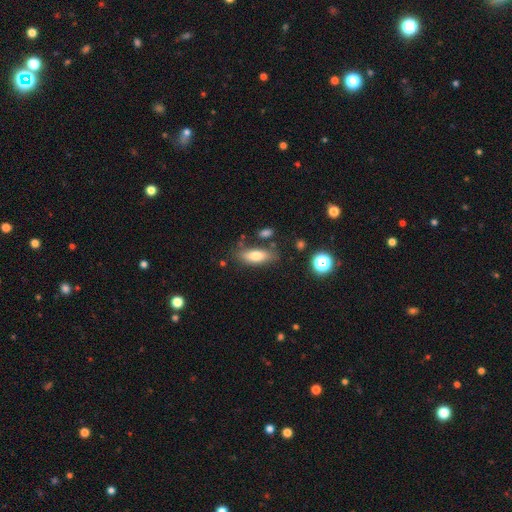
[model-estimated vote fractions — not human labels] Morphology: type=smooth (74%); roundness=in between (73%); merging=none (73%).